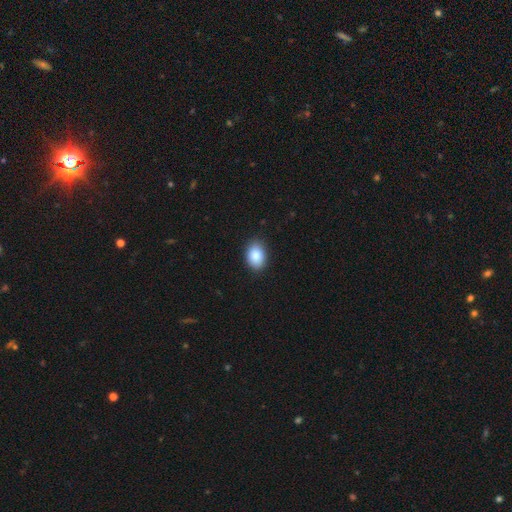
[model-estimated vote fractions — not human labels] A smooth galaxy with no disk features (88%) that is in between round and cigar-shaped (81%).

Vote fractions:
- Smooth or featured? smooth: 88% / star or artifact: 7% / featured or disk: 5%
- How rounded? in between: 81% / round: 18% / cigar-shaped: 1%
- Merging? none: 88% / minor disturbance: 9% / major disturbance: 2% / merger: 1%